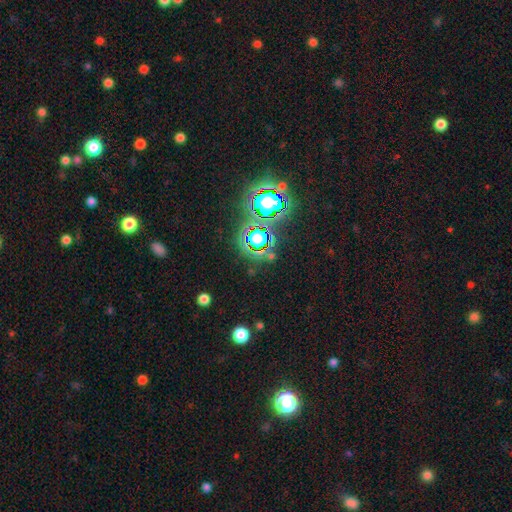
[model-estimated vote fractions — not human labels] smooth_or_featured: star or artifact (p=0.78) [alt: smooth p=0.14]